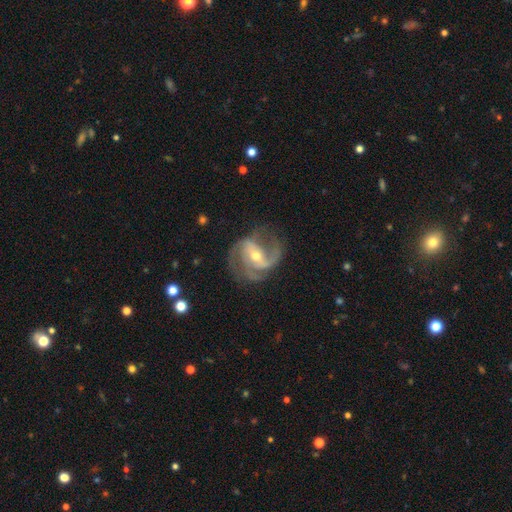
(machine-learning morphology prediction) smooth_or_featured: featured or disk (p=0.90) [alt: smooth p=0.05]
disk_edge_on: no (p=0.98) [alt: yes p=0.02]
bar: weak (p=0.39) [alt: strong p=0.35]
has_spiral_arms: yes (p=0.97) [alt: no p=0.03]
spiral_winding: medium (p=0.52) [alt: loose p=0.28]
spiral_arm_count: 2 (p=0.44) [alt: 3 p=0.34]
bulge_size: moderate (p=0.50) [alt: small p=0.46]
merging: none (p=0.62) [alt: minor disturbance p=0.20]